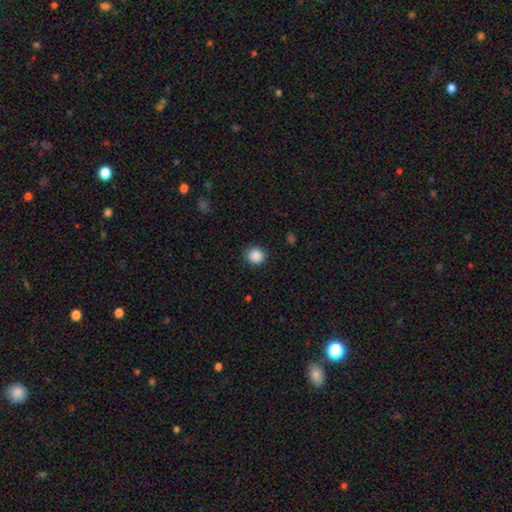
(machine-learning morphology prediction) Q: Smooth or featured?
A: smooth (88%); runner-up: star or artifact (9%)
Q: How rounded?
A: round (83%); runner-up: in between (16%)
Q: Merging?
A: none (88%); runner-up: minor disturbance (8%)